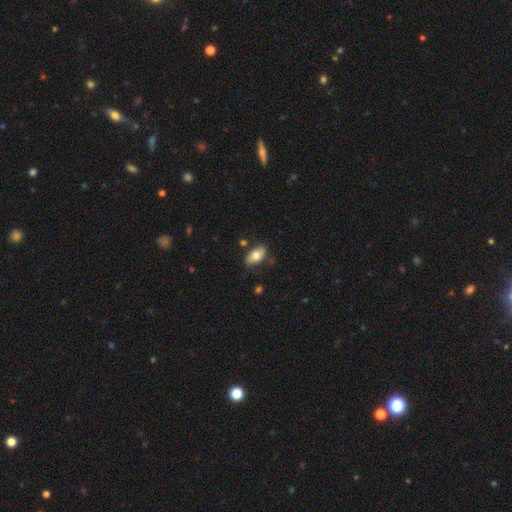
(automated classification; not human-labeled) smooth_or_featured: smooth (p=0.75) [alt: featured or disk p=0.19]
how_rounded: in between (p=0.91) [alt: round p=0.05]
merging: none (p=0.75) [alt: minor disturbance p=0.18]